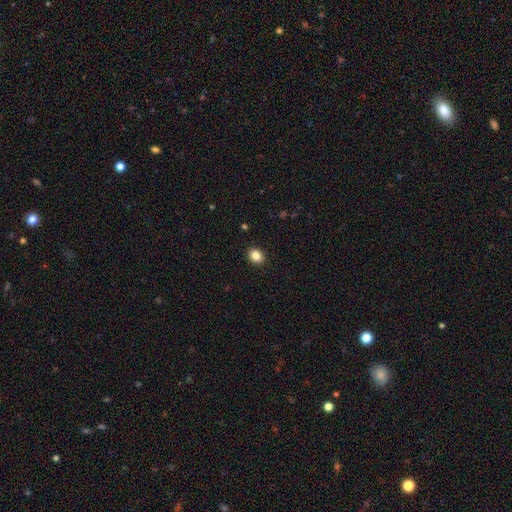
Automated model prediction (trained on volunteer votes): Overall: smooth (85%). How rounded: round (50%; in between 49%). Merging: none (91%).